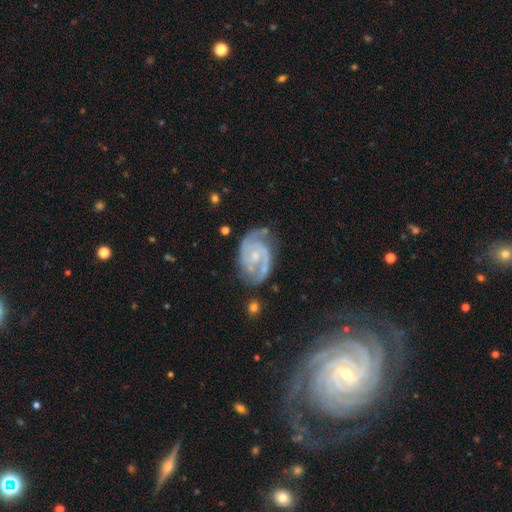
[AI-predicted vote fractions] This appears to be a featured or disk galaxy (89%) with no bar (58%), 2 (82%) medium (47%) spiral arms (97%) and a small central bulge (65%). Merging: none (67%).